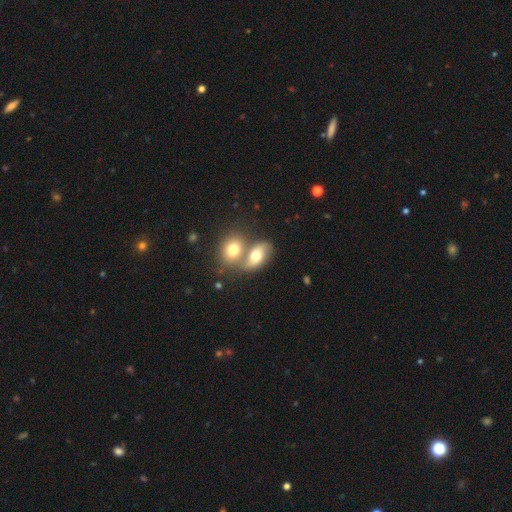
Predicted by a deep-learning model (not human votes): The model was most divided on "merging": merger: 55%, none: 31%, minor disturbance: 9%, major disturbance: 5%. More confident: how rounded — in between (79%); smooth or featured — smooth (63%).